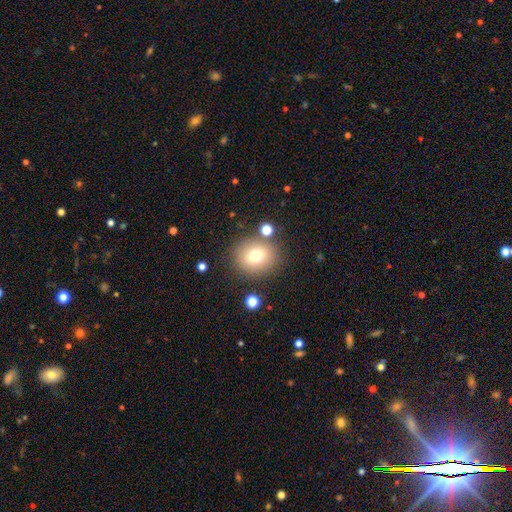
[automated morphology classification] A smooth galaxy with no disk features (72%) that is round (72%). Merging: none (80%).